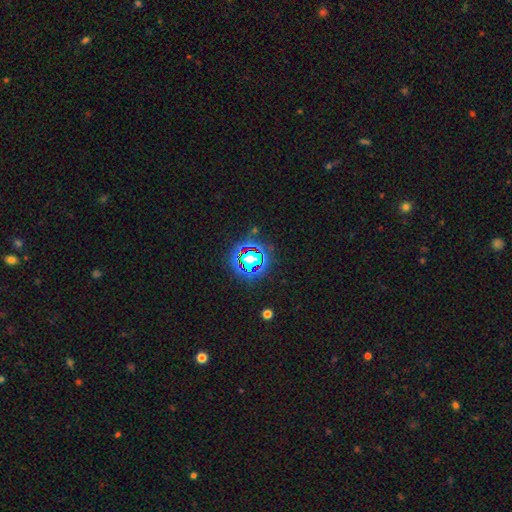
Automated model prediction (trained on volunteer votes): star or artifact 79%, smooth 13%, featured or disk 8%.